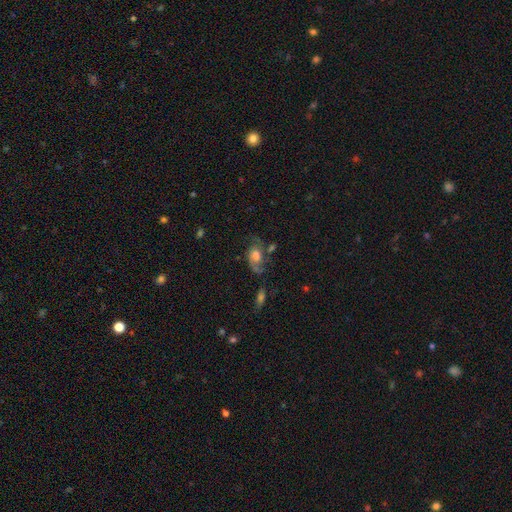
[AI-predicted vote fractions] smooth_or_featured: featured or disk (p=0.50) [alt: smooth p=0.40]
disk_edge_on: no (p=0.93) [alt: yes p=0.07]
merging: none (p=0.48) [alt: minor disturbance p=0.25]